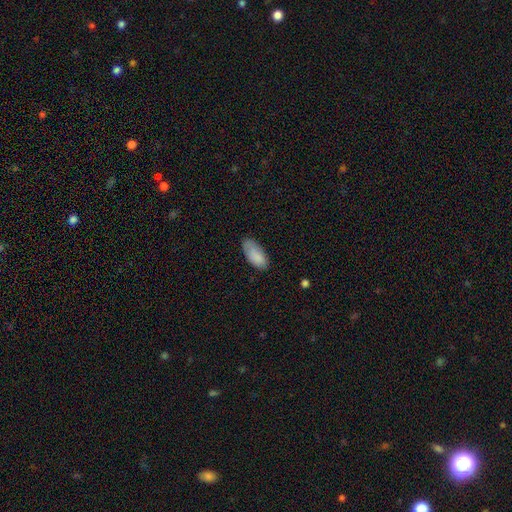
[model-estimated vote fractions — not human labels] Morphology: type=smooth (84%); roundness=in between (93%); merging=none (74%).